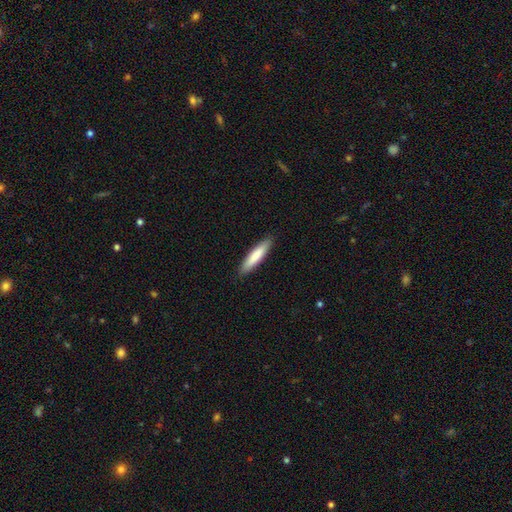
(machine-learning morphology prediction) This is clearly a smooth galaxy (82%). How rounded: clearly cigar-shaped (83%). Merging: clearly none (90%).